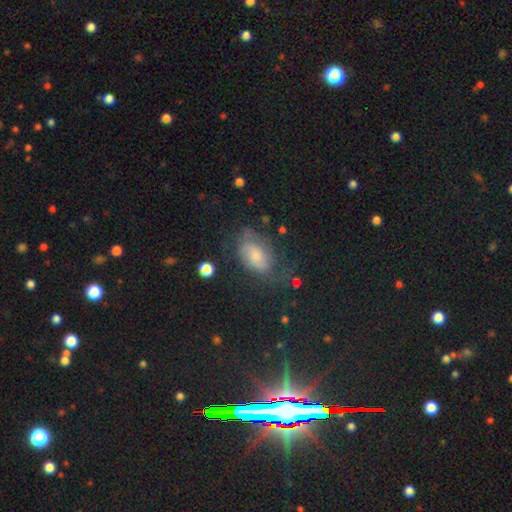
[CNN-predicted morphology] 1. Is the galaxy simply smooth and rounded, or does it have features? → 54% smooth, 33% featured or disk, 12% star or artifact.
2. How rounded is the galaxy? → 87% in between, 10% round, 2% cigar-shaped.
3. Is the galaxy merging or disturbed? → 48% none, 28% minor disturbance, 21% major disturbance, 3% merger.